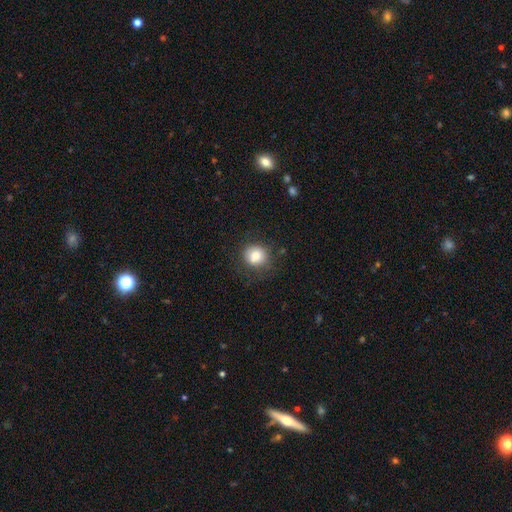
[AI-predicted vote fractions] smooth_or_featured: smooth (p=0.80) [alt: star or artifact p=0.11]
how_rounded: round (p=0.89) [alt: in between p=0.10]
merging: none (p=0.79) [alt: minor disturbance p=0.14]